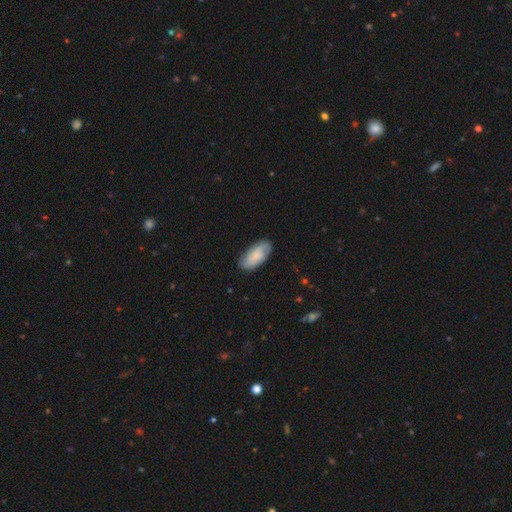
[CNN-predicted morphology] Q: Smooth or featured?
A: smooth (53%); runner-up: featured or disk (40%)
Q: How rounded?
A: in between (92%); runner-up: cigar-shaped (5%)
Q: Merging?
A: none (80%); runner-up: minor disturbance (16%)